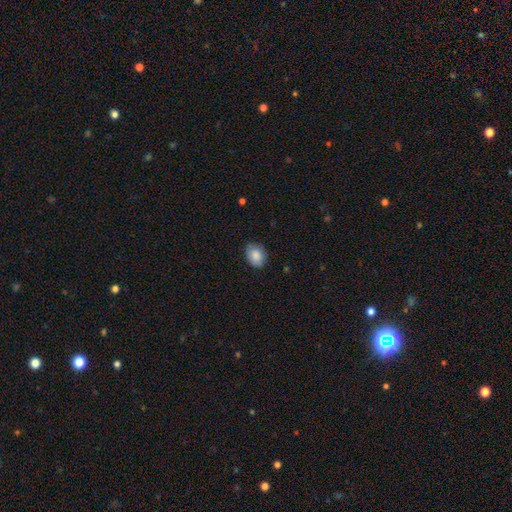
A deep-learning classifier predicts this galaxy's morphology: A smooth galaxy with no disk features (85%) that is in between round and cigar-shaped (65%). Merging: none (78%).